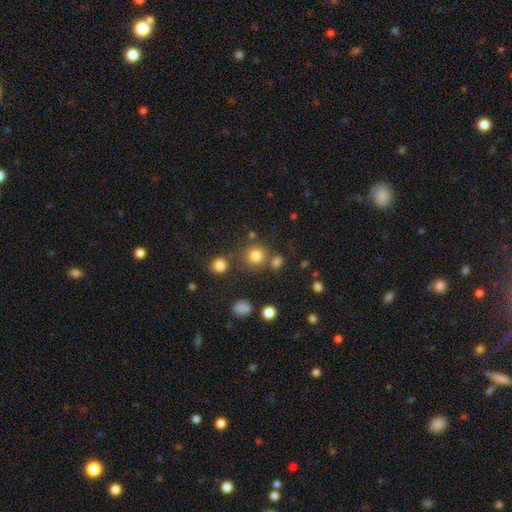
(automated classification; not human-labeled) Smooth or featured? Predicted: smooth (p=0.79). How rounded? Predicted: round (p=0.90). Merging? Predicted: none (p=0.75).